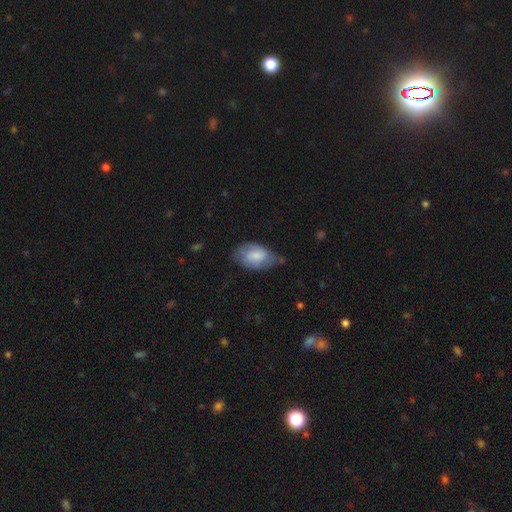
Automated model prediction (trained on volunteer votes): Overall: smooth (66%; featured or disk 28%). How rounded: in between (91%). Merging: none (51%; minor disturbance 36%).